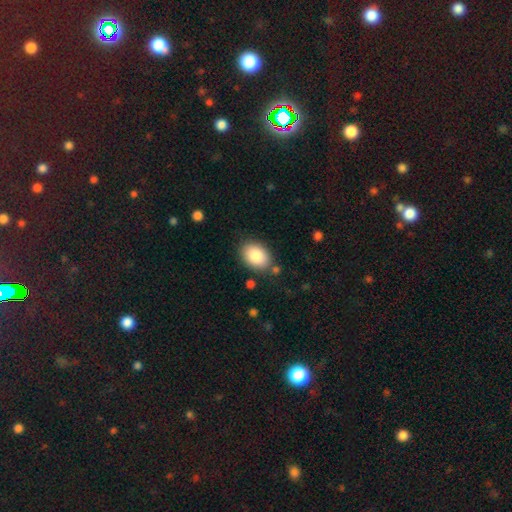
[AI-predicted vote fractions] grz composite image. It shows a smooth galaxy with no disk features (87%) that is in between round and cigar-shaped (82%). Merging: none (83%).